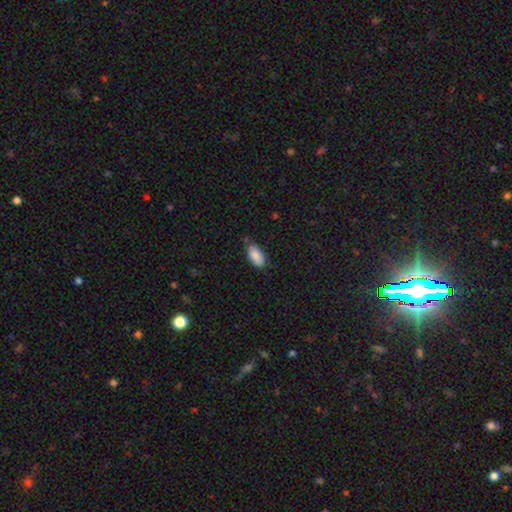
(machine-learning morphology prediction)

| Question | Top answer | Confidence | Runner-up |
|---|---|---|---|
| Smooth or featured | smooth | 87% | star or artifact (7%) |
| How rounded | in between | 93% | cigar-shaped (4%) |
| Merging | none | 69% | minor disturbance (24%) |